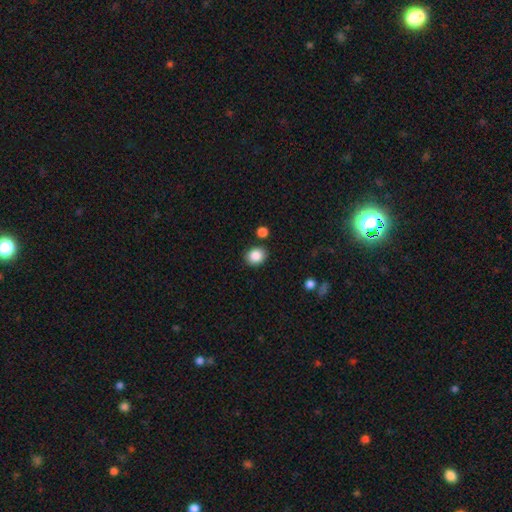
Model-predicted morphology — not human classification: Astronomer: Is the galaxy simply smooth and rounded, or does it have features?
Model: smooth — 87%.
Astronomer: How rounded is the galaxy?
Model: round — 71%.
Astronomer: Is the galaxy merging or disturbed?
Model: none — 83%.